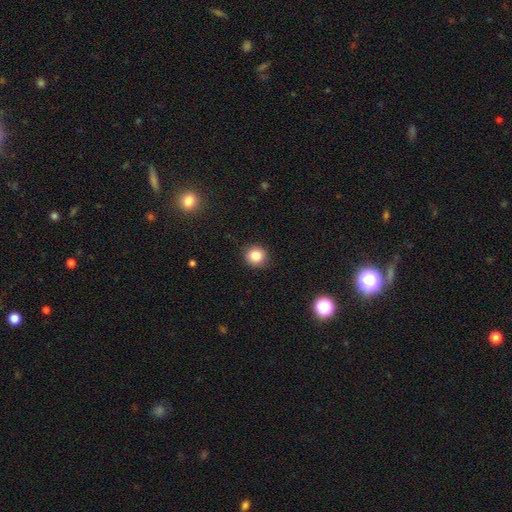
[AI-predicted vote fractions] This appears to be a smooth galaxy with no disk features (83%) that is round (89%). Merging: none (89%).